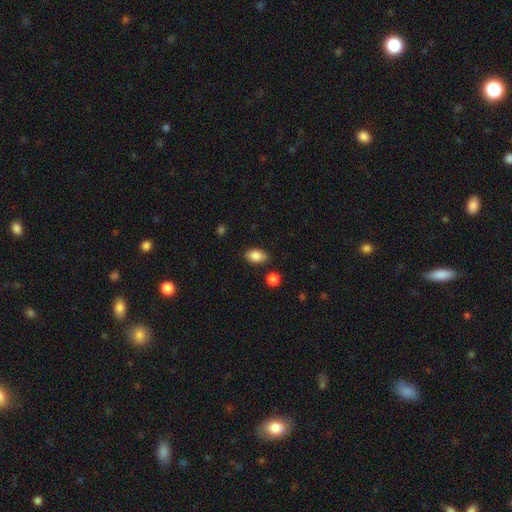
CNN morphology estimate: smooth 86%, star or artifact 8%, featured or disk 7%. Down the decision tree: how rounded — in between (90%); merging — none (84%).